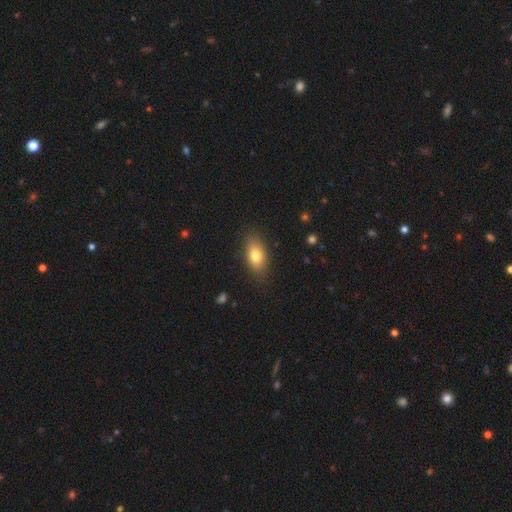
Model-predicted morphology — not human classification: Smooth or featured: smooth — 77% (featured or disk — 15%)
How rounded: in between — 86% (round — 8%)
Merging: none — 85% (minor disturbance — 11%)